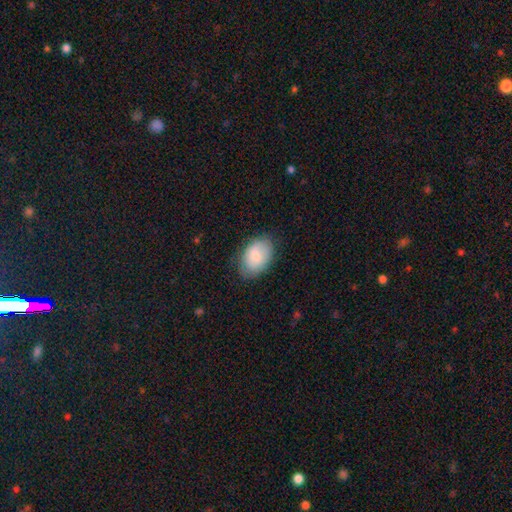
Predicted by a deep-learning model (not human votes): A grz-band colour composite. It shows a smooth galaxy with no disk features (82%) that is in between round and cigar-shaped (88%). Merging: none (77%).